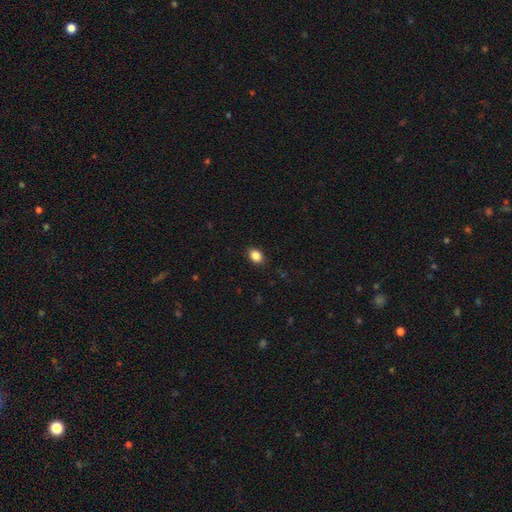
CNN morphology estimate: A smooth galaxy with no disk features (87%) that is in between round and cigar-shaped (69%). Merging: none (88%).